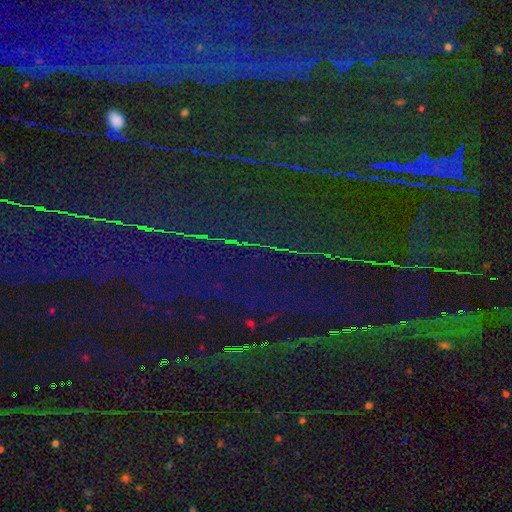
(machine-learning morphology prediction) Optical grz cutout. It shows a star or artifact, not a galaxy (86%).